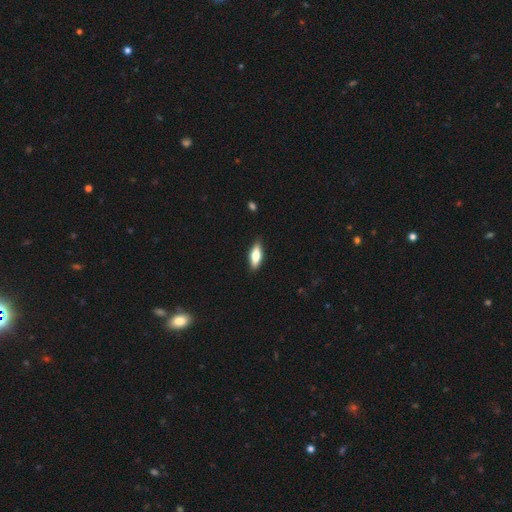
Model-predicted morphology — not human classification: A smooth galaxy with no disk features (65%) that is in between round and cigar-shaped (62%). Merging: none (87%).